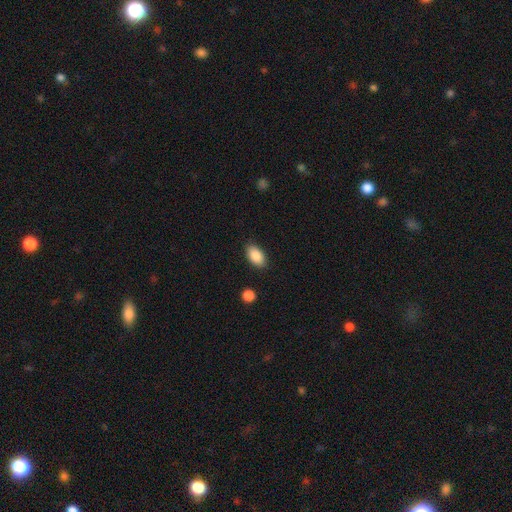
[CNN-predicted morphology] This appears to be a smooth galaxy with no disk features (89%) that is in between round and cigar-shaped (93%). Merging: none (87%).